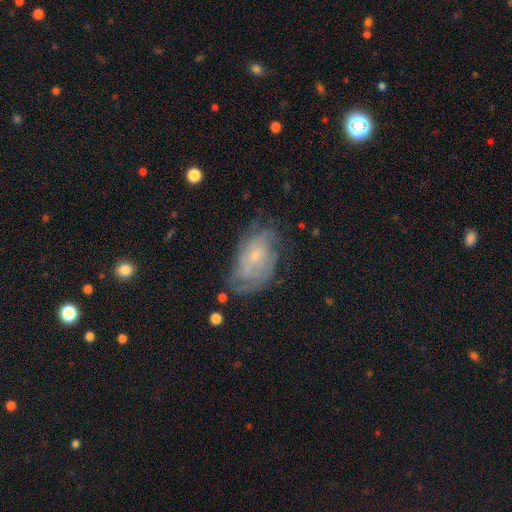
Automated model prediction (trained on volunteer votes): Smooth or featured? featured or disk (68%)
Edge-on disk? no (95%)
Bar? no (71%)
Spiral arms? yes (85%)
Spiral winding? tight (58%)
Spiral arm count? can't tell (55%)
Bulge size? small (69%)
Merging? none (61%)